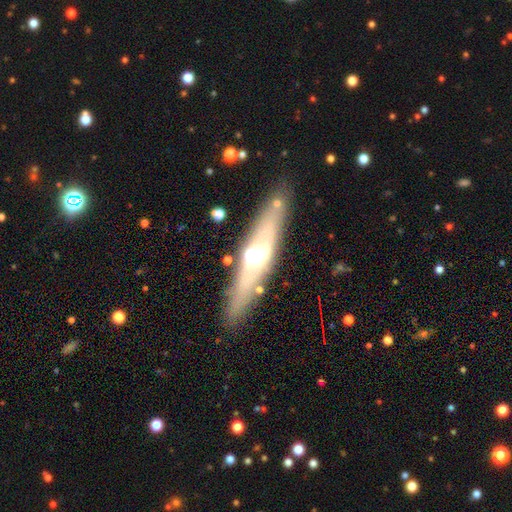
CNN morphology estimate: The model was most divided on "smooth or featured": featured or disk: 60%, smooth: 31%, star or artifact: 8%. More confident: merging — none (82%); edge-on disk — yes (75%).